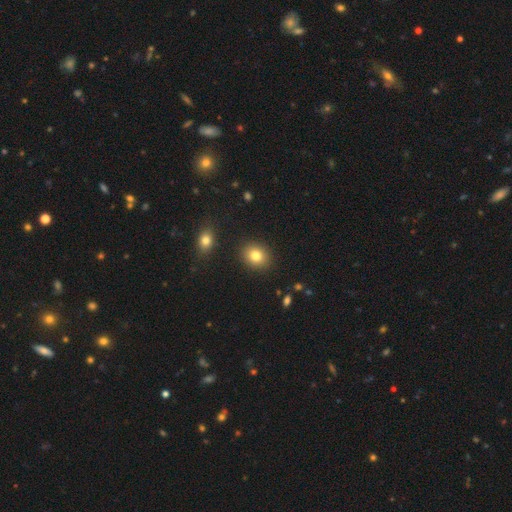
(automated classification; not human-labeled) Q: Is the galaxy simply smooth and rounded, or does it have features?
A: smooth — 81%.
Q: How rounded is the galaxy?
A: round — 63%.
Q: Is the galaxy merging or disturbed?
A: none — 89%.